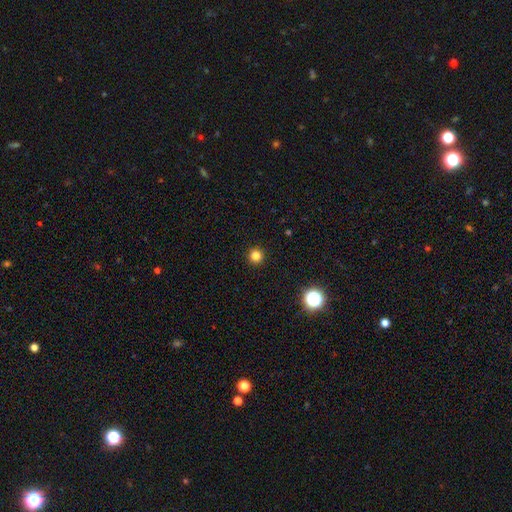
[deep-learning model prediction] Morphology: type=smooth (83%); roundness=round (96%); merging=none (93%).